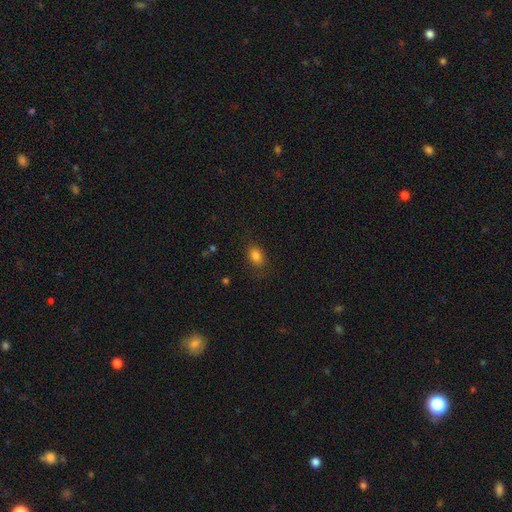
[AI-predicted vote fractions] This appears to be a smooth galaxy with no disk features (83%) that is in between round and cigar-shaped (77%). Merging: none (81%).